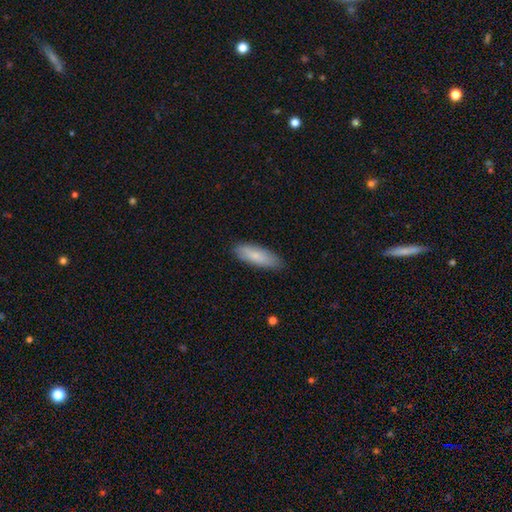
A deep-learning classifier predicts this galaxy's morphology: Smooth or featured?
  - smooth: 78% *
  - featured or disk: 16%
  - star or artifact: 6%
How rounded?
  - in between: 55% *
  - cigar-shaped: 44%
  - round: 2%
Merging?
  - none: 84% *
  - minor disturbance: 13%
  - major disturbance: 2%
  - merger: 1%